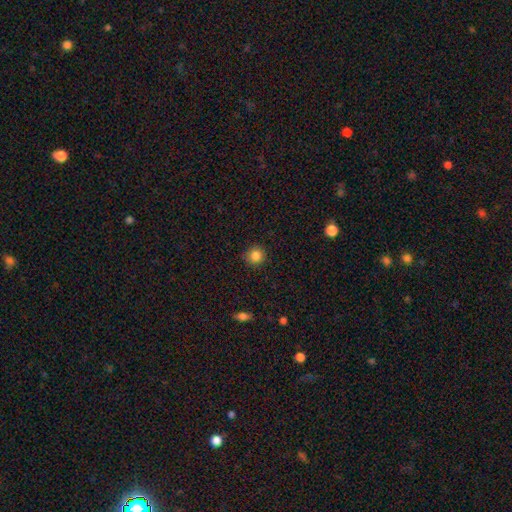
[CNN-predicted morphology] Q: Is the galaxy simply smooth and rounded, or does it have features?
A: smooth — 85%.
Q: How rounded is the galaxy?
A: round — 93%.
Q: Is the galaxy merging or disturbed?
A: none — 88%.